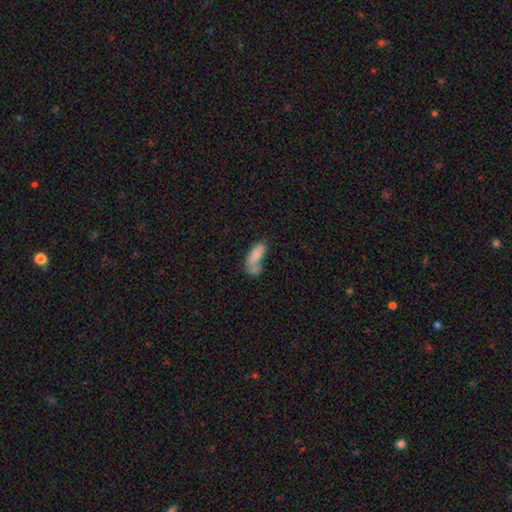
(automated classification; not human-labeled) Morphology: type=smooth (78%); roundness=in between (72%); merging=merger (45%).